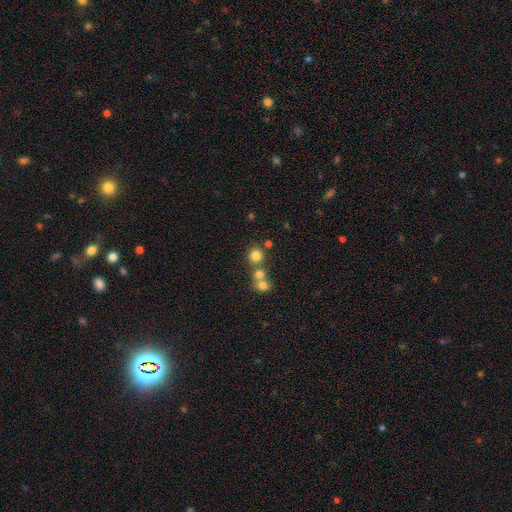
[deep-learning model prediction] Smooth or featured? smooth (78%)
How rounded? round (90%)
Merging? none (61%)